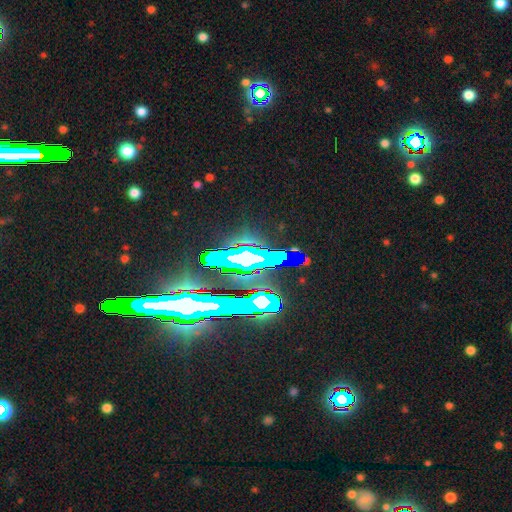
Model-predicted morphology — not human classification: This appears to be a star or artifact, not a galaxy (70%).